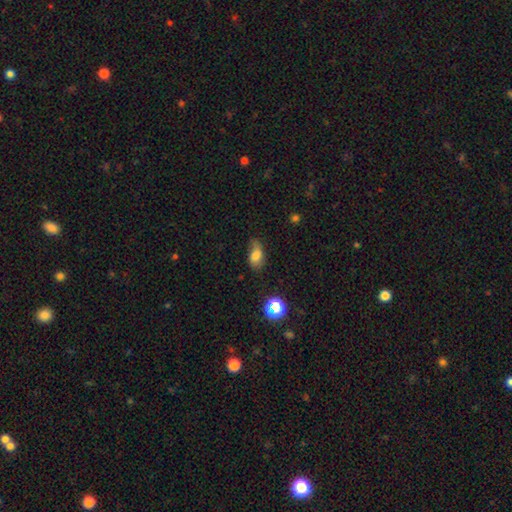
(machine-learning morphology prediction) Smooth or featured?
  - smooth: 71% *
  - featured or disk: 16%
  - star or artifact: 12%
How rounded?
  - in between: 84% *
  - round: 13%
  - cigar-shaped: 3%
Merging?
  - none: 48% *
  - minor disturbance: 35%
  - major disturbance: 14%
  - merger: 3%